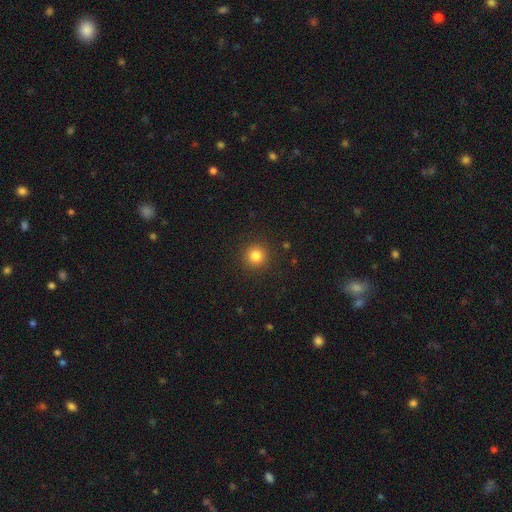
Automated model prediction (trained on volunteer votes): A smooth galaxy with no disk features (82%) that is round (95%). Merging: none (91%).